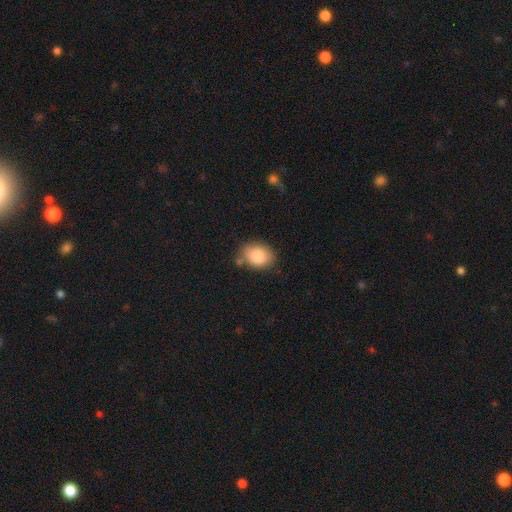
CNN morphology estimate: The model was most divided on "how rounded": in between: 72%, round: 27%, cigar-shaped: 1%. More confident: smooth or featured — smooth (86%); merging — none (69%).